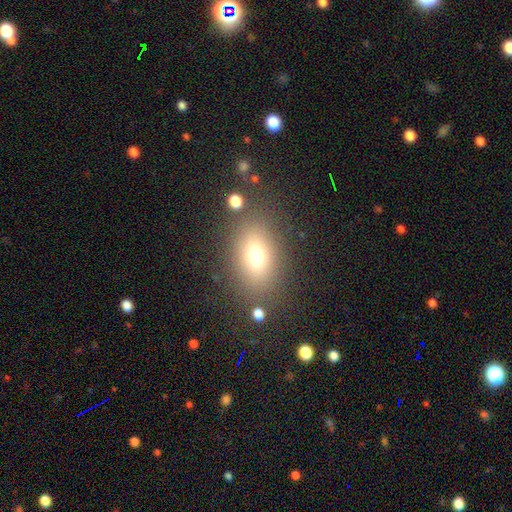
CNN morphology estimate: The model was most divided on "how rounded": in between: 72%, round: 25%, cigar-shaped: 2%. More confident: merging — none (81%); smooth or featured — smooth (72%).